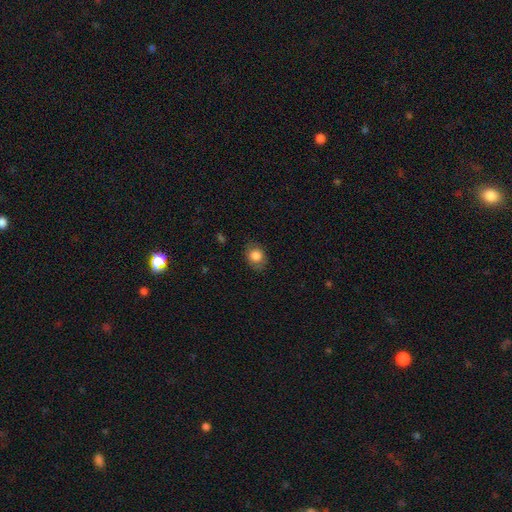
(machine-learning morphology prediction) smooth 81%, featured or disk 10%, star or artifact 8%. Down the decision tree: how rounded — in between (52%); merging — none (80%).